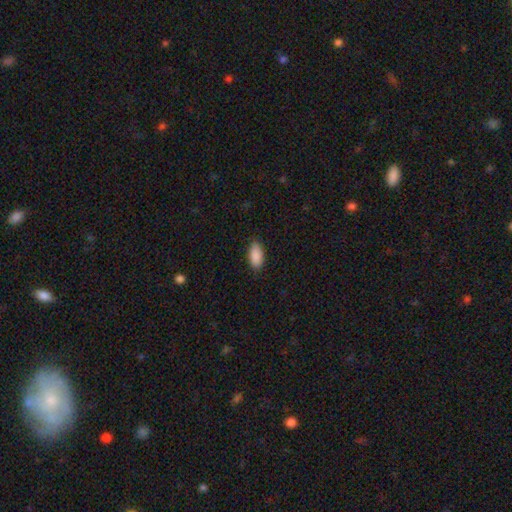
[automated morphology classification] This appears to be a smooth galaxy with no disk features (90%) that is in between round and cigar-shaped (92%). Merging: none (85%).